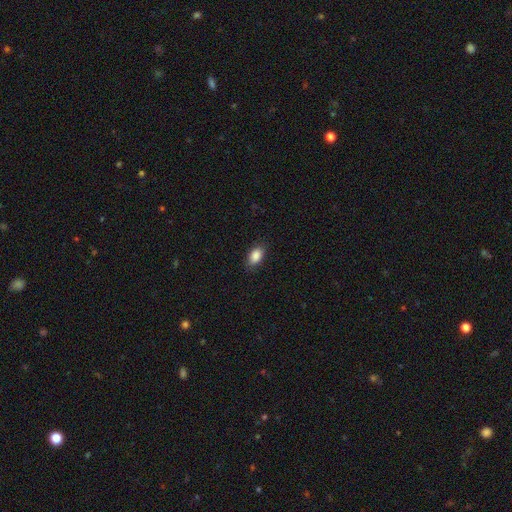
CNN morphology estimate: Q: Smooth or featured?
A: smooth (88%); runner-up: star or artifact (8%)
Q: How rounded?
A: in between (90%); runner-up: round (8%)
Q: Merging?
A: none (84%); runner-up: minor disturbance (12%)